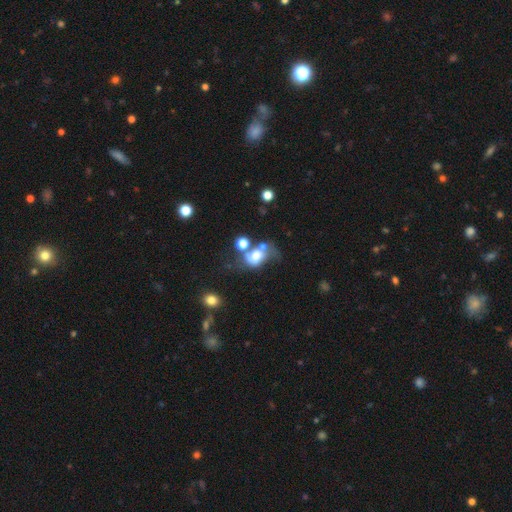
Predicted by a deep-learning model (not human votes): The model was most divided on "merging": merger: 34%, none: 25%, major disturbance: 23%, minor disturbance: 18%. More confident: smooth or featured — smooth (60%); how rounded — in between (58%).